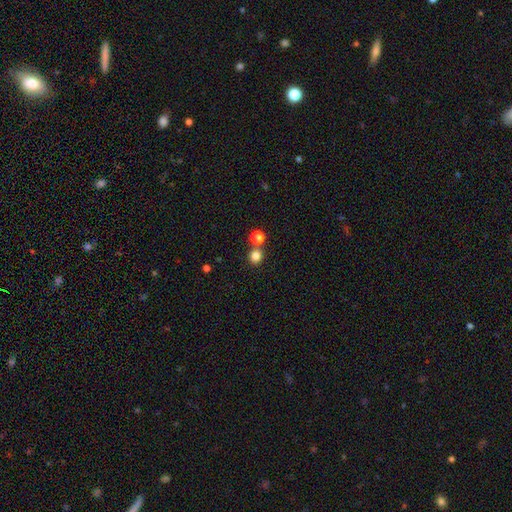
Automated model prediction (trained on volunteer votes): The model was most divided on "merging": none: 73%, merger: 18%, minor disturbance: 7%, major disturbance: 3%. More confident: how rounded — round (86%); smooth or featured — smooth (81%).